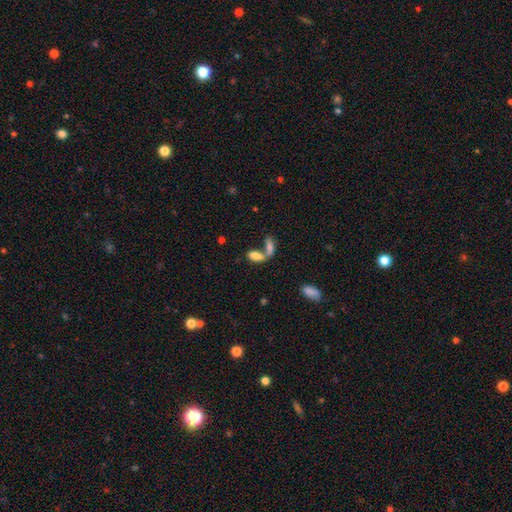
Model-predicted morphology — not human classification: A smooth galaxy with no disk features (77%) that is in between round and cigar-shaped (77%).

Vote fractions:
- Smooth or featured? smooth: 77% / featured or disk: 13% / star or artifact: 10%
- How rounded? in between: 77% / cigar-shaped: 18% / round: 4%
- Merging? merger: 62% / none: 26% / minor disturbance: 7% / major disturbance: 5%